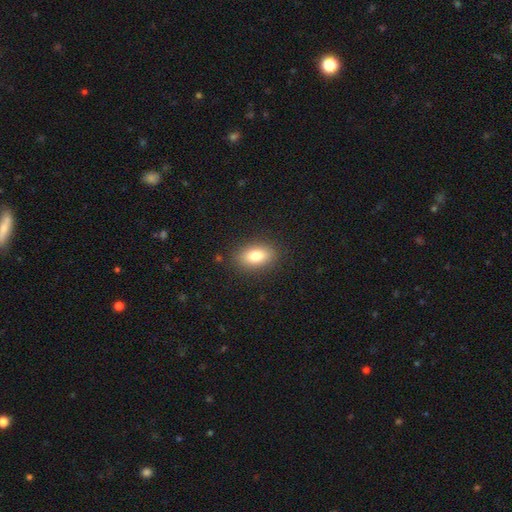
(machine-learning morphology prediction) smooth 80%, featured or disk 11%, star or artifact 9%. Down the decision tree: how rounded — in between (86%); merging — none (87%).